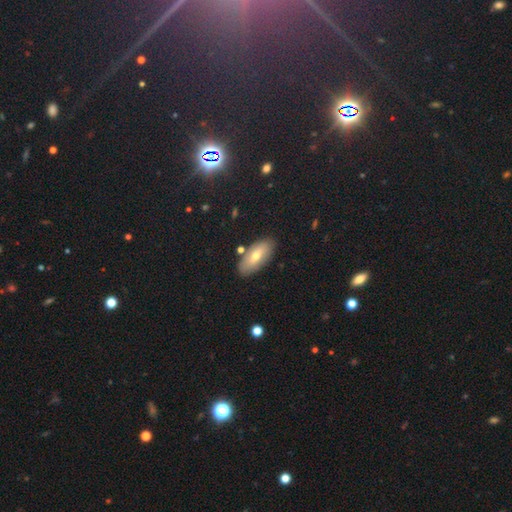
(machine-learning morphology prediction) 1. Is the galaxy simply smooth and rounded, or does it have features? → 63% smooth, 30% featured or disk, 7% star or artifact.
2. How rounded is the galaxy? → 85% in between, 12% cigar-shaped, 3% round.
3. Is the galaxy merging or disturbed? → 83% none, 11% minor disturbance, 4% merger, 3% major disturbance.